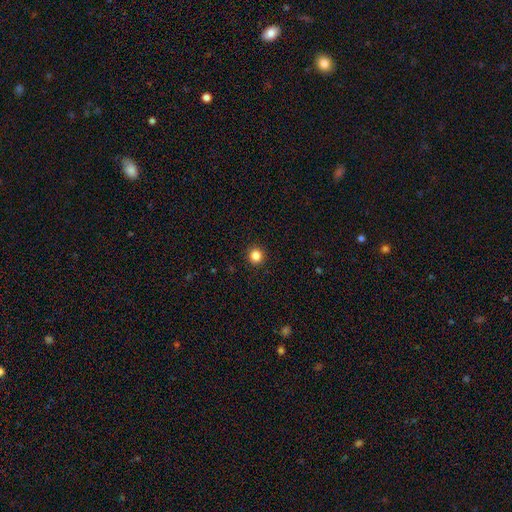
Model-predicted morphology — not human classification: Q: Smooth or featured?
A: smooth (85%); runner-up: star or artifact (11%)
Q: How rounded?
A: round (93%); runner-up: in between (6%)
Q: Merging?
A: none (93%); runner-up: minor disturbance (5%)